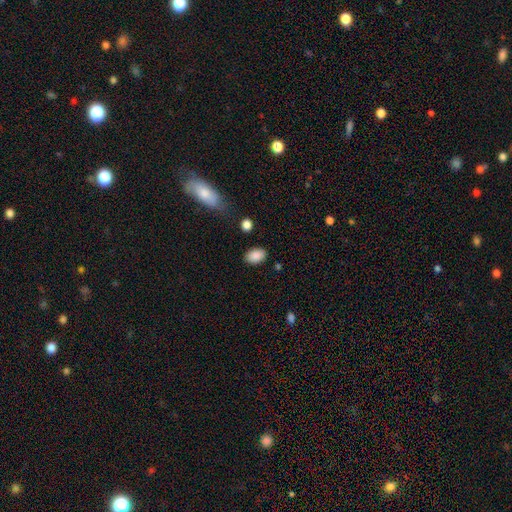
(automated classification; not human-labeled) smooth-or-featured: smooth: 88% | star or artifact: 8% | featured or disk: 4%
  how-rounded: in between: 85% | round: 14% | cigar-shaped: 1%
  merging: none: 84% | minor disturbance: 11% | major disturbance: 3% | merger: 2%